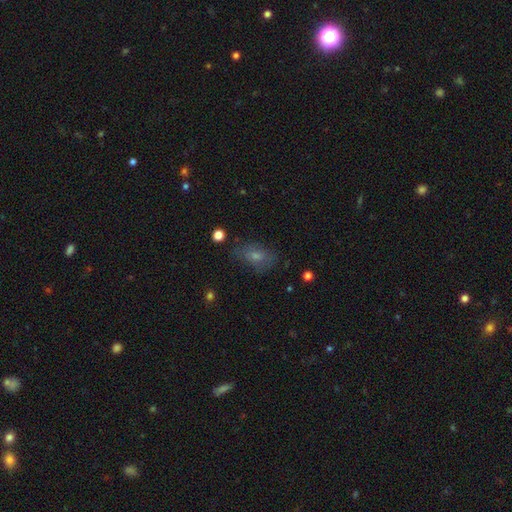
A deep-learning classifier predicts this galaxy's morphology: Smooth or featured: smooth — 54% (featured or disk — 24%)
How rounded: in between — 81% (round — 15%)
Merging: none — 75% (minor disturbance — 17%)